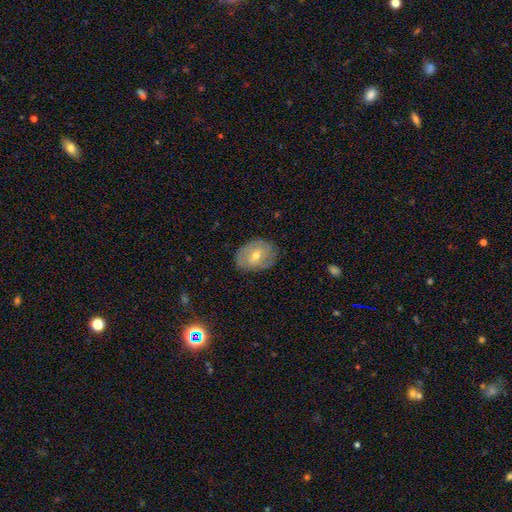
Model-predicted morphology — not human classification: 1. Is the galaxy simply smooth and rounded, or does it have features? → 59% featured or disk, 32% smooth, 8% star or artifact.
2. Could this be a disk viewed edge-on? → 94% no, 6% yes.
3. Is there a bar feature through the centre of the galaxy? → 44% weak, 42% no, 15% strong.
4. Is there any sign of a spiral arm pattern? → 65% yes, 35% no.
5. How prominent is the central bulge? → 55% moderate, 42% small, 1% large, 1% none, 1% dominant.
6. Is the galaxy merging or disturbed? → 77% none, 17% minor disturbance, 5% major disturbance, 1% merger.